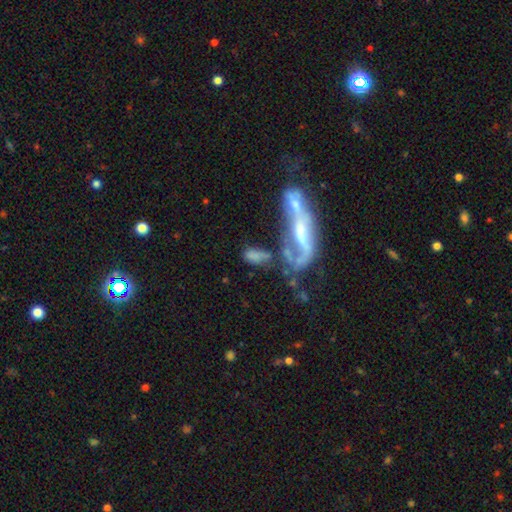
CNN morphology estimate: Overall: smooth (56%; featured or disk 33%). How rounded: in between (71%). Merging: merger (39%; none 25%).